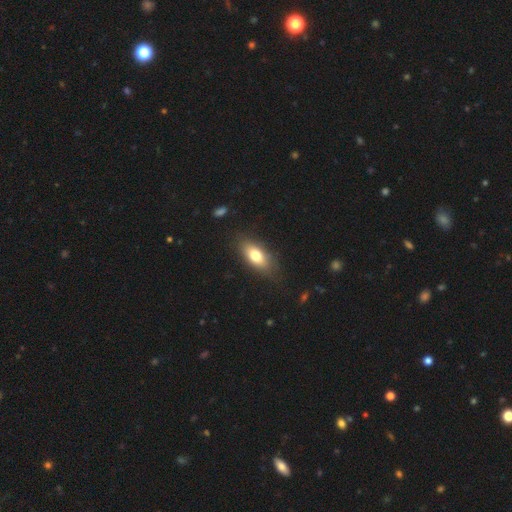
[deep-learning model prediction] A smooth galaxy with no disk features (76%) that is in between round and cigar-shaped (85%). Merging: none (82%).